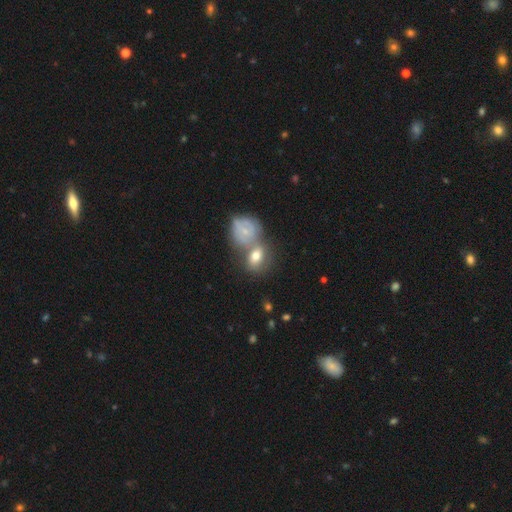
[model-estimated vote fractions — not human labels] The model was most divided on "how rounded": in between: 57%, round: 40%, cigar-shaped: 3%. More confident: smooth or featured — smooth (59%); merging — merger (51%).